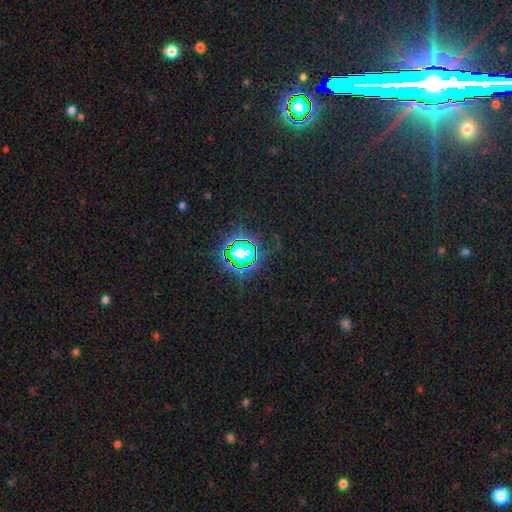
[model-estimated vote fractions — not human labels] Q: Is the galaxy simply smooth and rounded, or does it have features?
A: star or artifact — 78%.